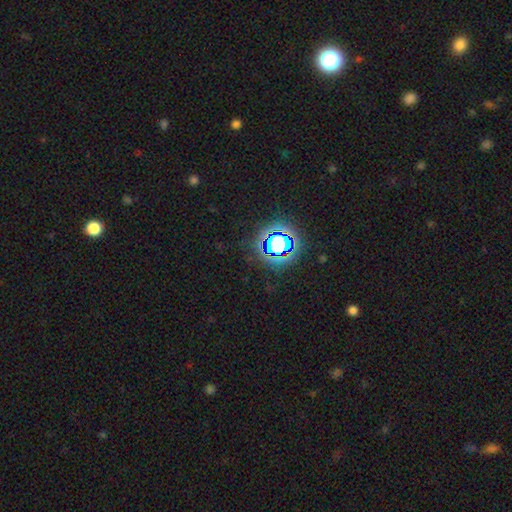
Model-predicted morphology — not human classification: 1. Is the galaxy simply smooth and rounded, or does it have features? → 81% star or artifact, 13% smooth, 7% featured or disk.